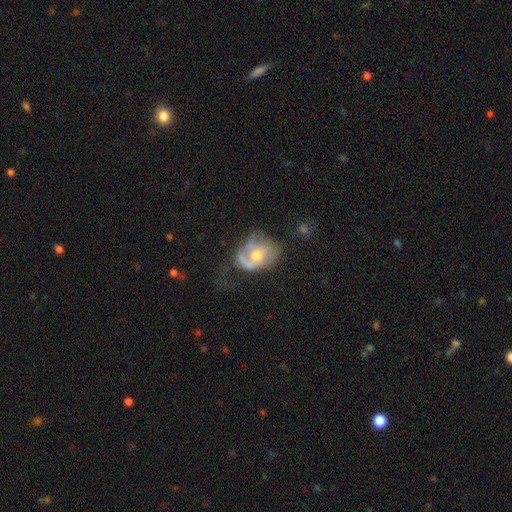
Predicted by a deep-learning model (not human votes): Overall: featured or disk (56%; smooth 36%). Edge-on disk: no (97%). Bar: no (77%). Spiral arms: no (55%; yes 45%). Bulge size: moderate (62%; small 30%). Merging: major disturbance (38%; none 28%).